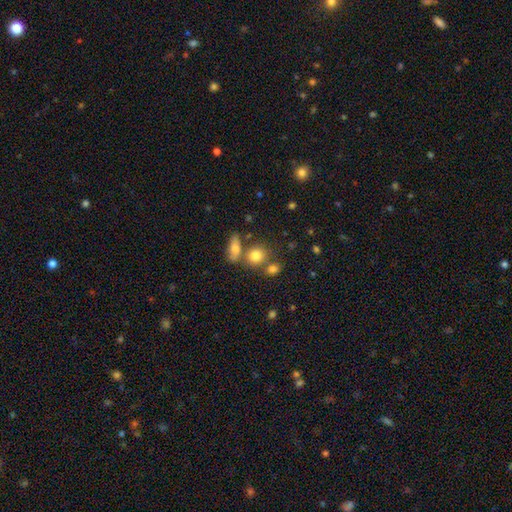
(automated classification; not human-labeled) The model was most divided on "merging": none: 57%, merger: 27%, minor disturbance: 11%, major disturbance: 4%. More confident: smooth or featured — smooth (79%); how rounded — round (70%).